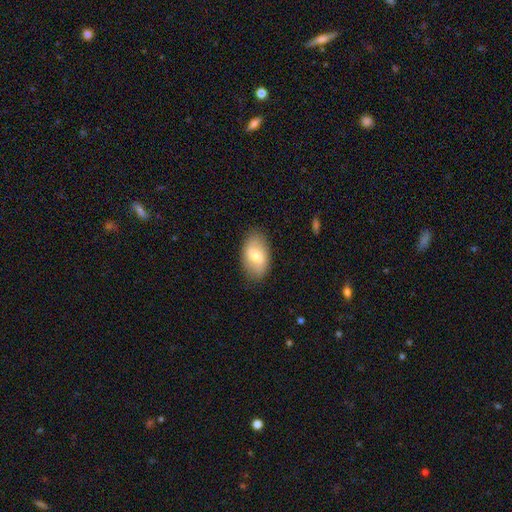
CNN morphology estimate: smooth_or_featured: smooth (p=0.61) [alt: featured or disk p=0.32]
how_rounded: in between (p=0.92) [alt: round p=0.07]
merging: none (p=0.80) [alt: minor disturbance p=0.15]